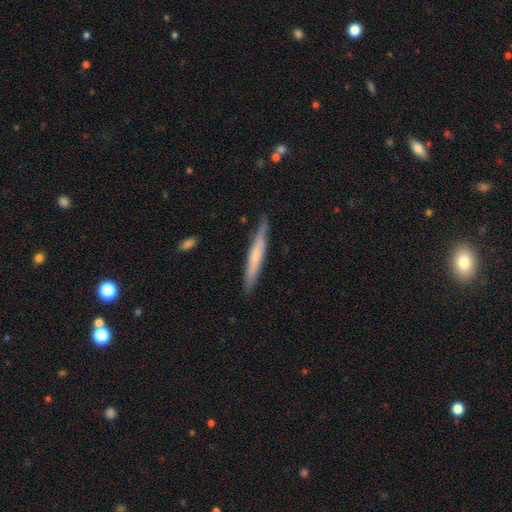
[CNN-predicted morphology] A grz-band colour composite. It shows a smooth galaxy with no disk features (52%) that is cigar-shaped (95%). Merging: none (85%).